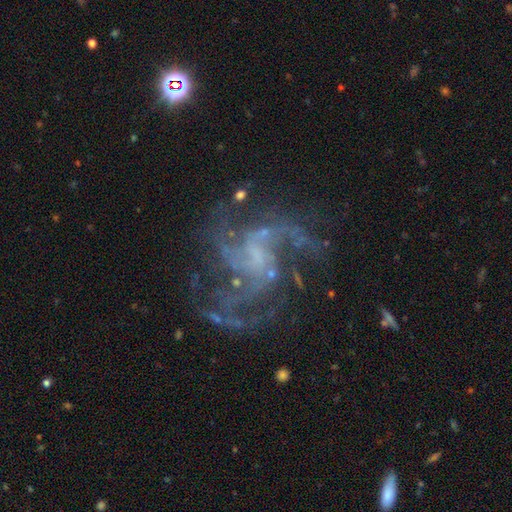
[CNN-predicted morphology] featured or disk 83%, star or artifact 12%, smooth 6%. Down the decision tree: edge-on disk — no (98%); bar — no (52%); spiral arms — yes (92%); spiral arm count — 3 (25%); spiral winding — medium (45%); bulge size — none (49%); merging — none (57%).